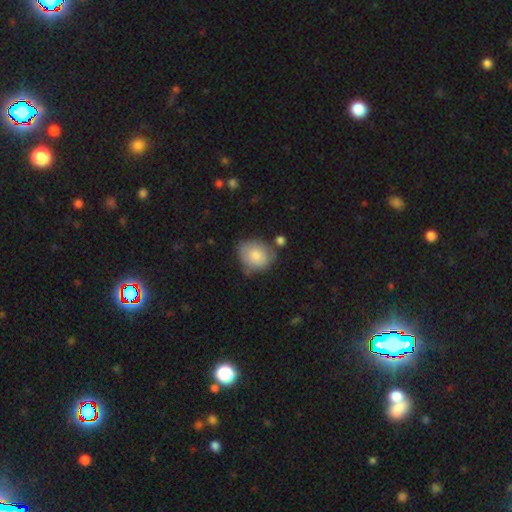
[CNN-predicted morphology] Smooth or featured: smooth — 79% (featured or disk — 15%)
How rounded: round — 64% (in between — 35%)
Merging: none — 60% (minor disturbance — 26%)